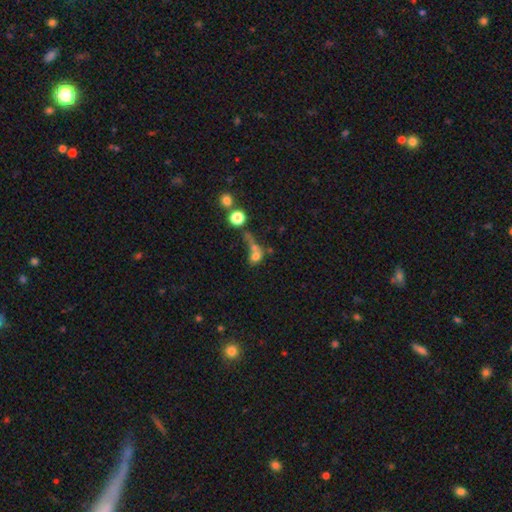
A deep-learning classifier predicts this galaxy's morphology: Overall: smooth (64%). How rounded: round (53%; in between 42%). Merging: merger (51%; none 24%).